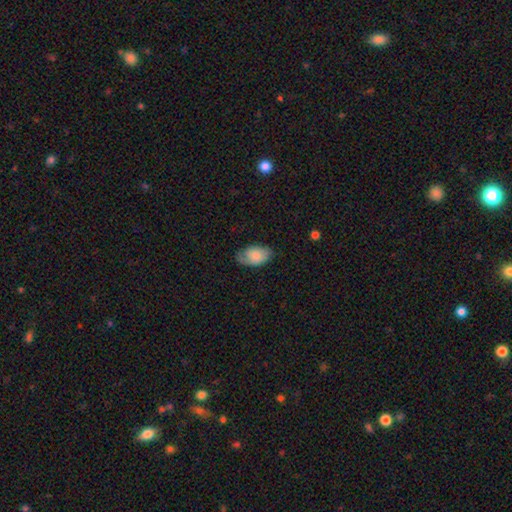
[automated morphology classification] A smooth galaxy with no disk features (69%) that is in between round and cigar-shaped (92%). Merging: none (60%).